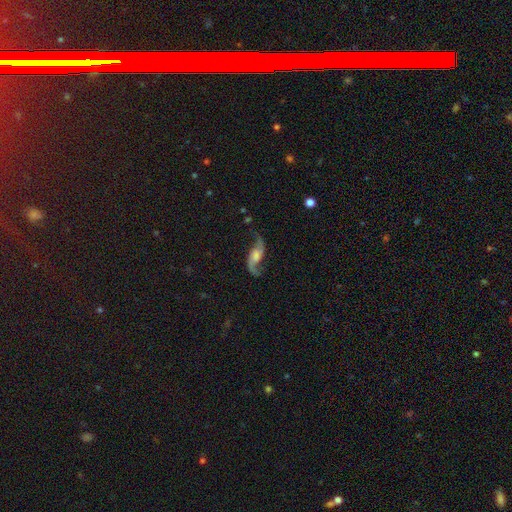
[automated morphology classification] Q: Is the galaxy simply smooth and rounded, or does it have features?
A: featured or disk — 87%.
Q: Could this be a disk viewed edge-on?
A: no — 94%.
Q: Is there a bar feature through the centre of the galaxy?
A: no — 50%.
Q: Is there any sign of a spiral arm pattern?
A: yes — 96%.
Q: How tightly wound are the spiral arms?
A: loose — 80%.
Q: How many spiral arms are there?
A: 2 — 93%.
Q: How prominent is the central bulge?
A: moderate — 33%.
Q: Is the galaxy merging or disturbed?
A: none — 71%.